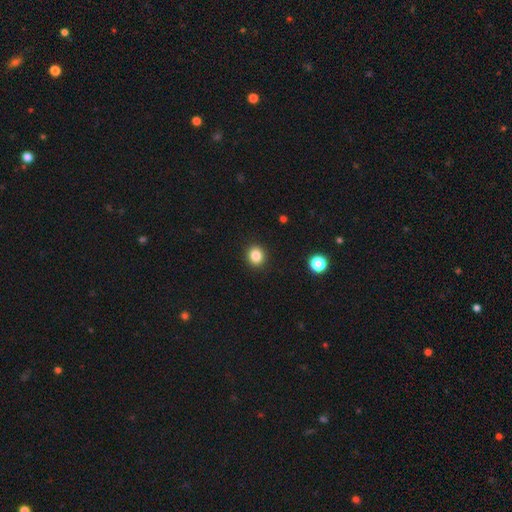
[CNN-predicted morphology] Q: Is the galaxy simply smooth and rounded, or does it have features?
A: smooth — 85%.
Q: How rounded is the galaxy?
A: round — 78%.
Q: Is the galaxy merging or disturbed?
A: none — 91%.